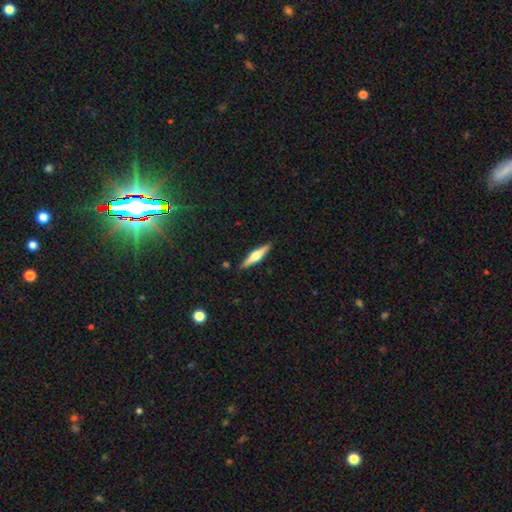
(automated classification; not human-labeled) Overall: featured or disk (61%; smooth 33%). Edge-on disk: yes (97%). Edge-on bulge: rounded (90%). Merging: none (90%).